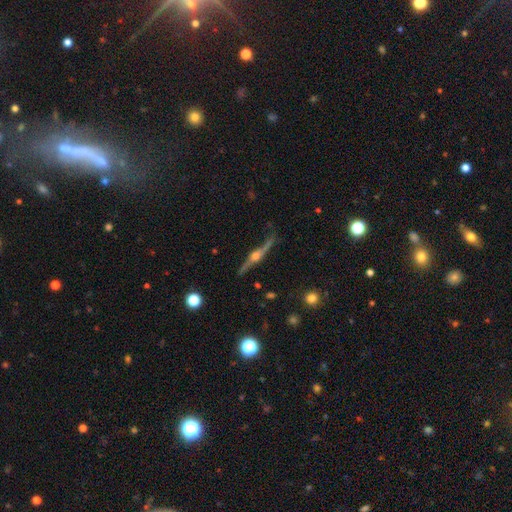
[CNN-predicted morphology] Smooth or featured?
  - featured or disk: 85% *
  - smooth: 8%
  - star or artifact: 6%
Edge-on disk?
  - yes: 95% *
  - no: 5%
Edge-on bulge?
  - rounded: 94% *
  - boxy: 4%
  - none: 2%
Merging?
  - none: 82% *
  - minor disturbance: 12%
  - major disturbance: 3%
  - merger: 2%